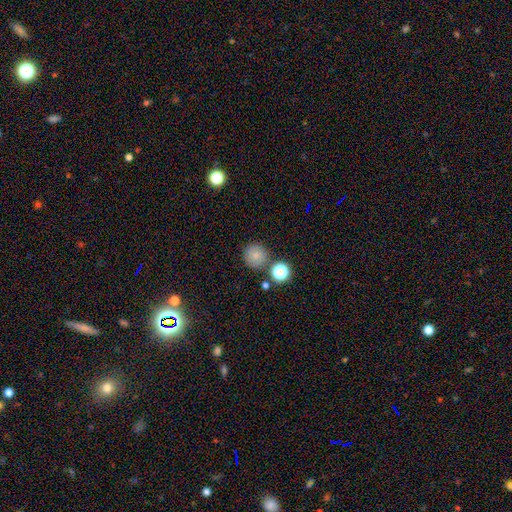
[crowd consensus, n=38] Smooth or featured?
  - smooth: 82% *
  - star or artifact: 11%
  - featured or disk: 8%
How rounded?
  - round: 94% *
  - in between: 6%
  - cigar-shaped: 0%
Merging?
  - none: 79% *
  - minor disturbance: 9%
  - merger: 9%
  - major disturbance: 3%